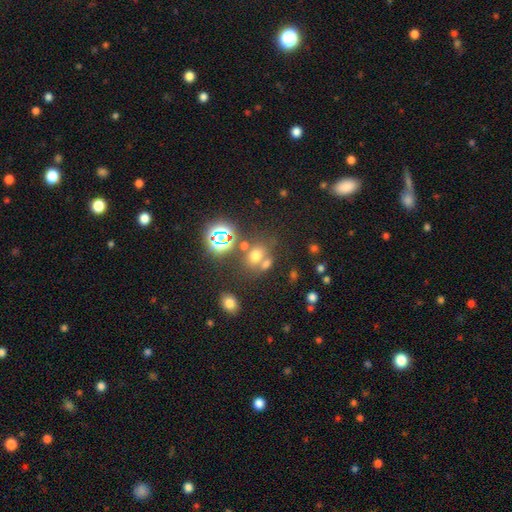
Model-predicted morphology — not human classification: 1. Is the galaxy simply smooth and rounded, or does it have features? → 58% smooth, 30% star or artifact, 12% featured or disk.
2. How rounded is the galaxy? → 53% round, 46% in between, 1% cigar-shaped.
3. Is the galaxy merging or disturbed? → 52% none, 30% merger, 11% minor disturbance, 6% major disturbance.